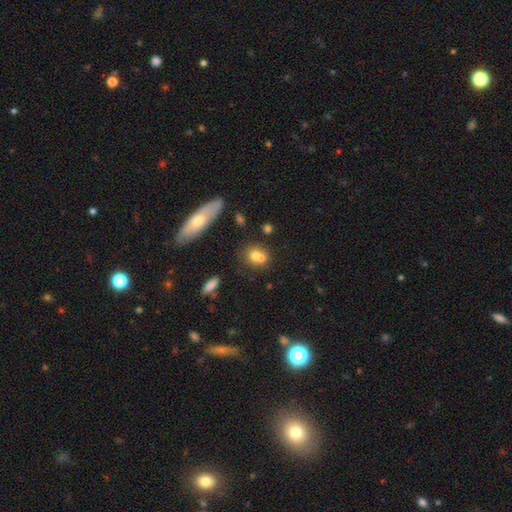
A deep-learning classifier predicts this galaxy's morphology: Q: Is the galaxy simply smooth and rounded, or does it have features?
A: smooth — 67%.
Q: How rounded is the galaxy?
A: round — 69%.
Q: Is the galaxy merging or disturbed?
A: merger — 50%.